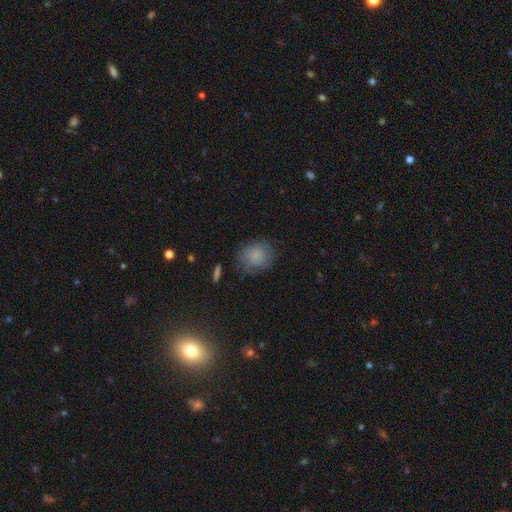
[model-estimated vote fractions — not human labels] smooth-or-featured: smooth: 77% | featured or disk: 14% | star or artifact: 9%
  how-rounded: round: 71% | in between: 28% | cigar-shaped: 1%
  merging: none: 67% | minor disturbance: 23% | major disturbance: 8% | merger: 2%